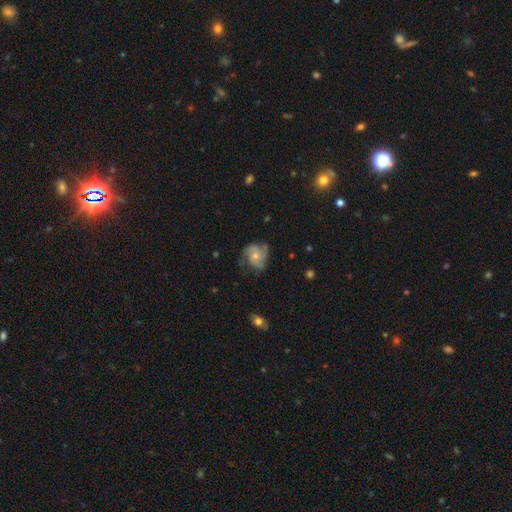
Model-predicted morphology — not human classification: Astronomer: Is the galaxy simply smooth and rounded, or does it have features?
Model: featured or disk — 77%.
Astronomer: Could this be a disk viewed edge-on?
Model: no — 98%.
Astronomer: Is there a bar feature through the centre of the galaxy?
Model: no — 76%.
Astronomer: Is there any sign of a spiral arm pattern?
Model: yes — 94%.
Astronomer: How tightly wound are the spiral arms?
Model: medium — 49% (runner-up: tight, 32%).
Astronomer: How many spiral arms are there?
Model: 3 — 59%.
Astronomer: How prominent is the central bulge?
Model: moderate — 48% (runner-up: small, 47%).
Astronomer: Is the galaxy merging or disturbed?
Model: none — 63%.